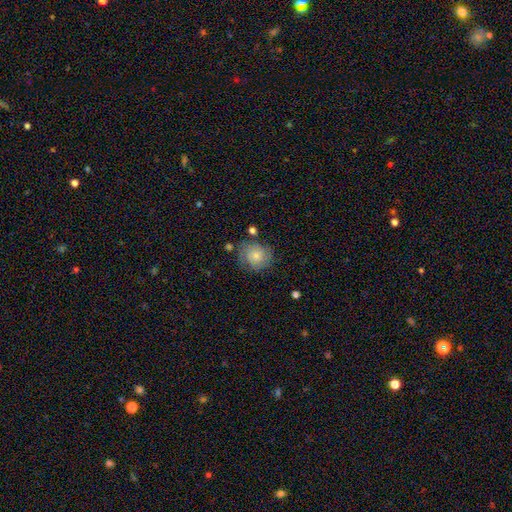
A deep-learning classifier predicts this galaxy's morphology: Smooth or featured: smooth — 60% (featured or disk — 31%)
How rounded: round — 81% (in between — 18%)
Merging: none — 68% (minor disturbance — 20%)